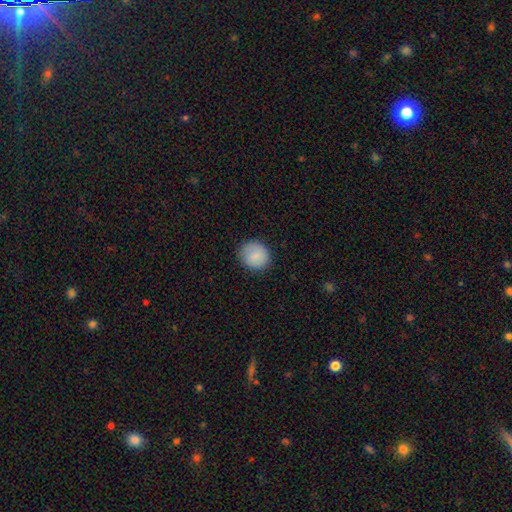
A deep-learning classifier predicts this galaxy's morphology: This is clearly a smooth galaxy (86%). How rounded: clearly round (83%). Merging: clearly none (85%).